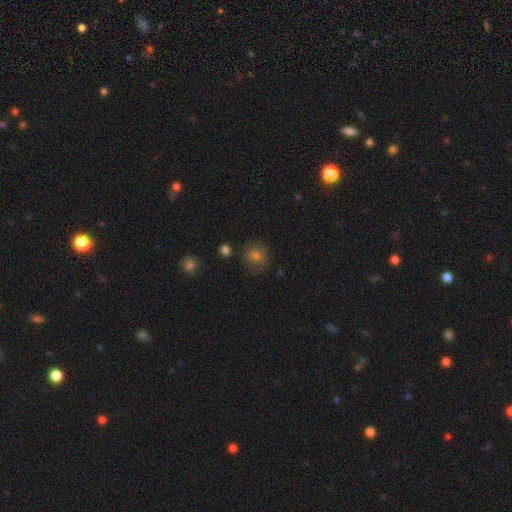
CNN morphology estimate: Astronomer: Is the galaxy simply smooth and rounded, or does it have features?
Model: smooth — 71%.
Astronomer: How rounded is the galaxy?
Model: round — 88%.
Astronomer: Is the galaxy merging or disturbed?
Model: none — 80%.